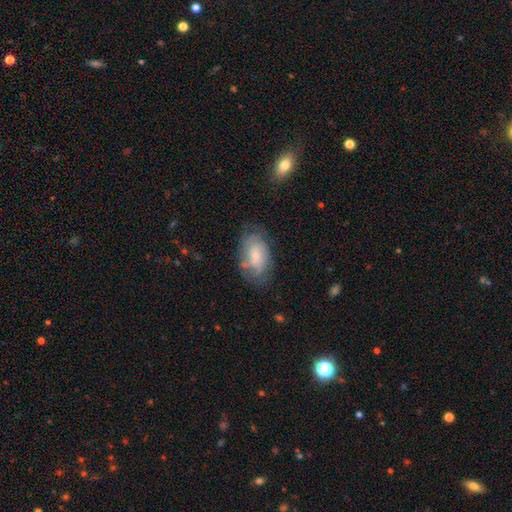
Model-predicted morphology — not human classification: Q: Smooth or featured?
A: smooth (52%); runner-up: featured or disk (40%)
Q: How rounded?
A: in between (92%); runner-up: round (6%)
Q: Merging?
A: none (65%); runner-up: minor disturbance (23%)